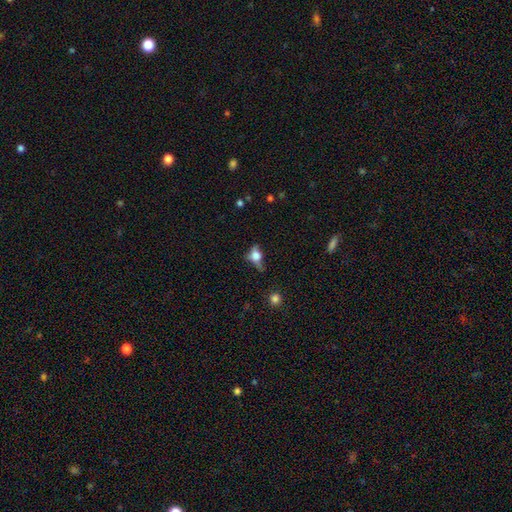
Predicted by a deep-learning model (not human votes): Smooth or featured?
  - smooth: 53% *
  - featured or disk: 32%
  - star or artifact: 15%
How rounded?
  - in between: 60% *
  - round: 31%
  - cigar-shaped: 9%
Merging?
  - none: 43% *
  - minor disturbance: 27%
  - major disturbance: 22%
  - merger: 7%